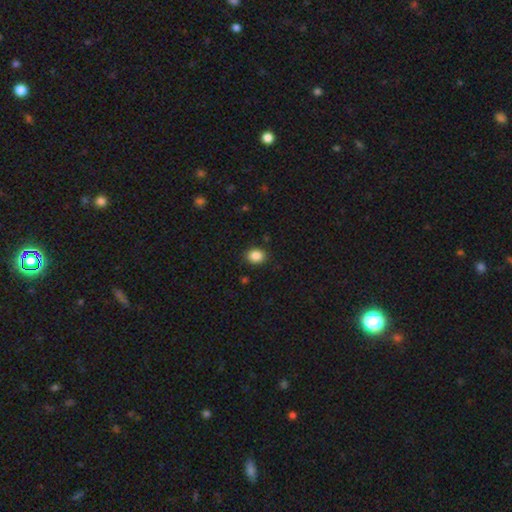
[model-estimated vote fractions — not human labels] Smooth or featured: smooth — 88% (star or artifact — 9%)
How rounded: round — 50% (in between — 49%)
Merging: none — 89% (minor disturbance — 8%)